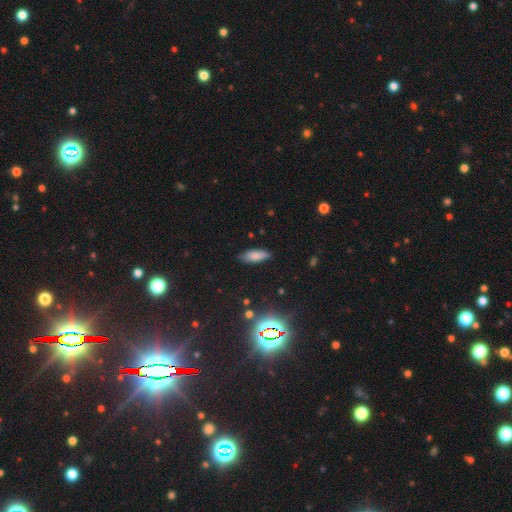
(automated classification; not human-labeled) Smooth or featured? smooth (80%)
How rounded? in between (73%)
Merging? none (83%)